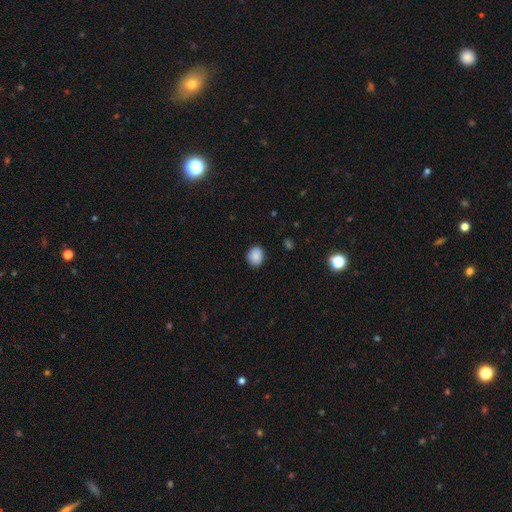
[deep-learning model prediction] Smooth or featured? Predicted: smooth (p=0.88). How rounded? Predicted: round (p=0.66). Merging? Predicted: none (p=0.87).